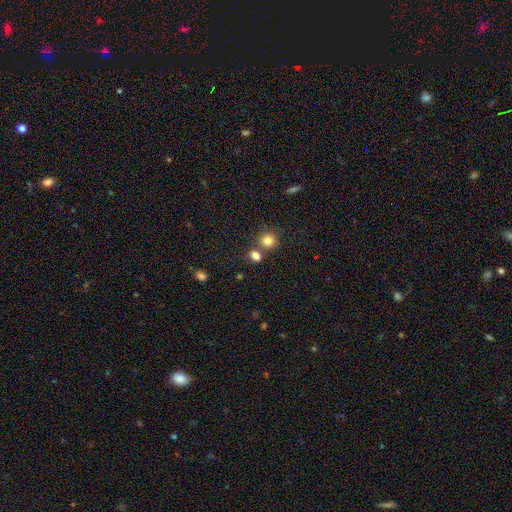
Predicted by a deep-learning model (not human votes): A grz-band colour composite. It shows a smooth galaxy with no disk features (81%) that is in between round and cigar-shaped (52%). Merging: none (57%).